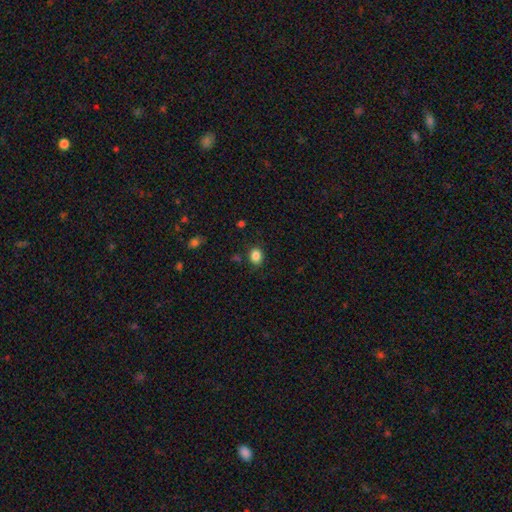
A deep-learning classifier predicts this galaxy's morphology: Q: Smooth or featured?
A: smooth (85%); runner-up: star or artifact (10%)
Q: How rounded?
A: round (54%); runner-up: in between (45%)
Q: Merging?
A: none (84%); runner-up: minor disturbance (11%)